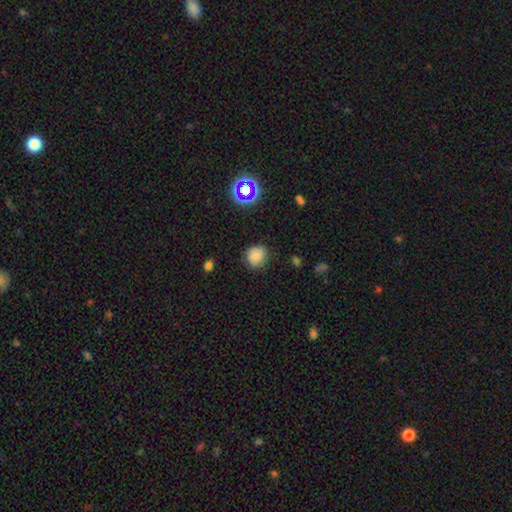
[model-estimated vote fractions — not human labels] smooth 78%, star or artifact 13%, featured or disk 9%. Down the decision tree: how rounded — round (79%); merging — none (75%).